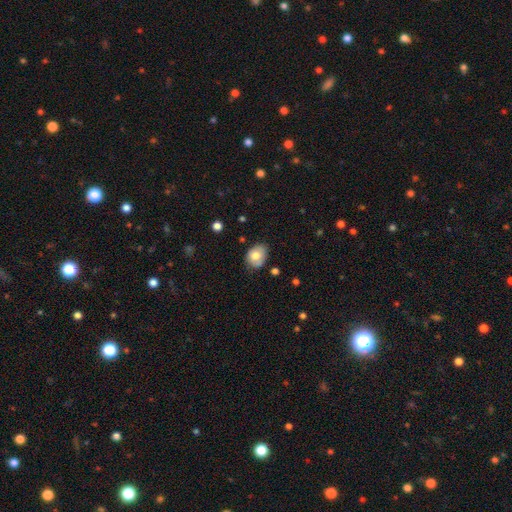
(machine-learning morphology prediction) Smooth or featured?
  - smooth: 75% *
  - featured or disk: 17%
  - star or artifact: 8%
How rounded?
  - in between: 61% *
  - round: 38%
  - cigar-shaped: 1%
Merging?
  - none: 66% *
  - minor disturbance: 26%
  - major disturbance: 5%
  - merger: 3%